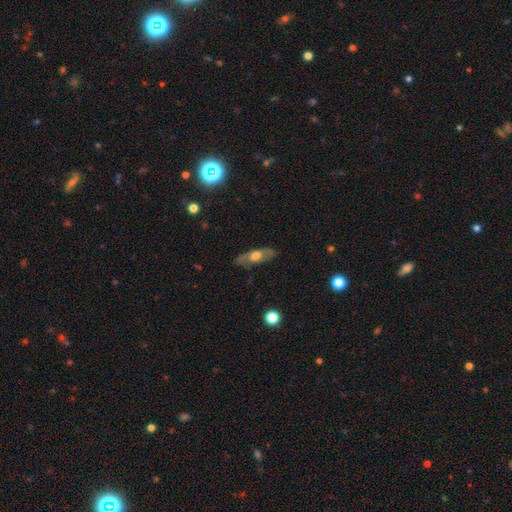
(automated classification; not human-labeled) Smooth or featured?
  - featured or disk: 51% *
  - smooth: 42%
  - star or artifact: 7%
Edge-on disk?
  - no: 54% *
  - yes: 46%
Merging?
  - none: 76% *
  - minor disturbance: 18%
  - major disturbance: 5%
  - merger: 1%